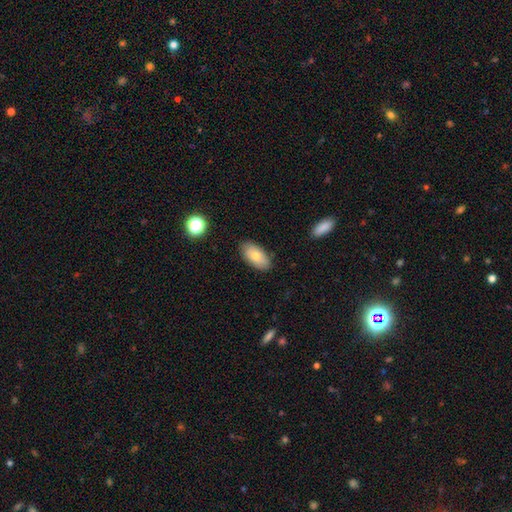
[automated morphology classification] Overall: smooth (75%). How rounded: in between (93%). Merging: none (84%).